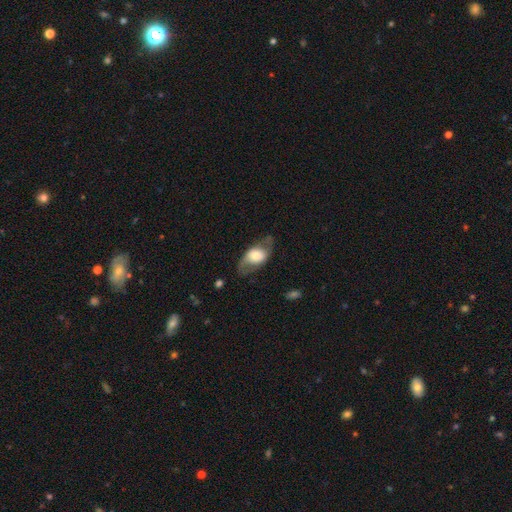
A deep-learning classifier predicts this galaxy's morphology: This is possibly a featured or disk galaxy (51%). It is clearly not viewed edge-on (86%). Merging: likely none (62%).